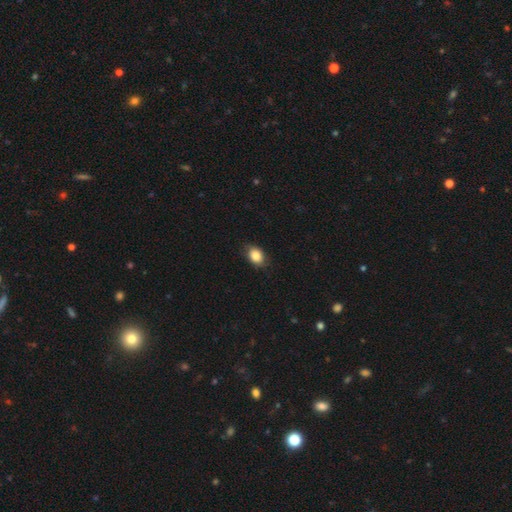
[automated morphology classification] Overall: smooth (85%). How rounded: in between (76%). Merging: none (81%).